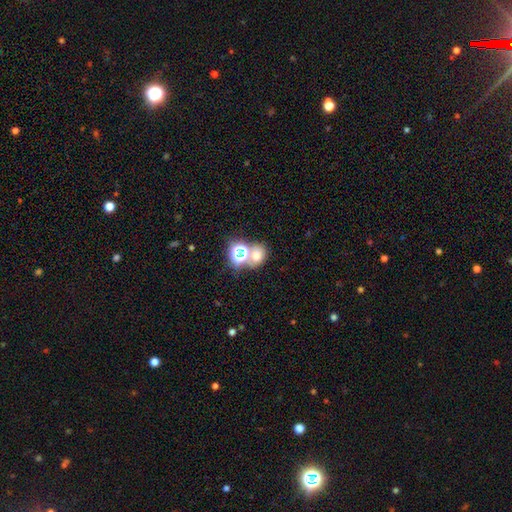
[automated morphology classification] Smooth or featured: smooth — 60% (star or artifact — 27%)
How rounded: round — 57% (in between — 42%)
Merging: none — 47% (merger — 39%)